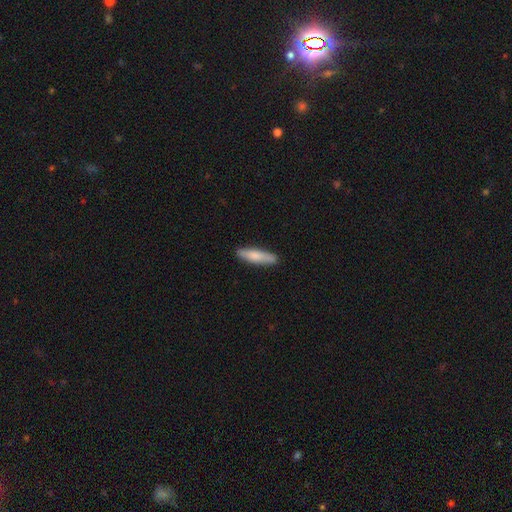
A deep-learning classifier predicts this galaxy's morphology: Q: Smooth or featured?
A: smooth (79%); runner-up: featured or disk (15%)
Q: How rounded?
A: cigar-shaped (71%); runner-up: in between (28%)
Q: Merging?
A: none (86%); runner-up: minor disturbance (11%)